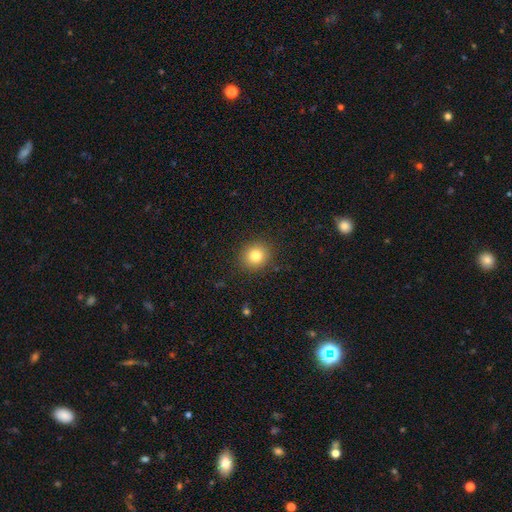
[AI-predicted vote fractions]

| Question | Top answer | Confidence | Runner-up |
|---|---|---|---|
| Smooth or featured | smooth | 81% | star or artifact (11%) |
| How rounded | round | 85% | in between (14%) |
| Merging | none | 90% | minor disturbance (7%) |